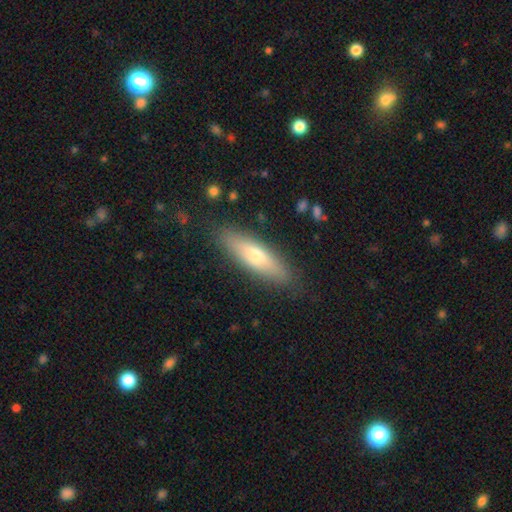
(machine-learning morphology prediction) type=smooth (61%); roundness=cigar-shaped (59%); merging=none (86%).